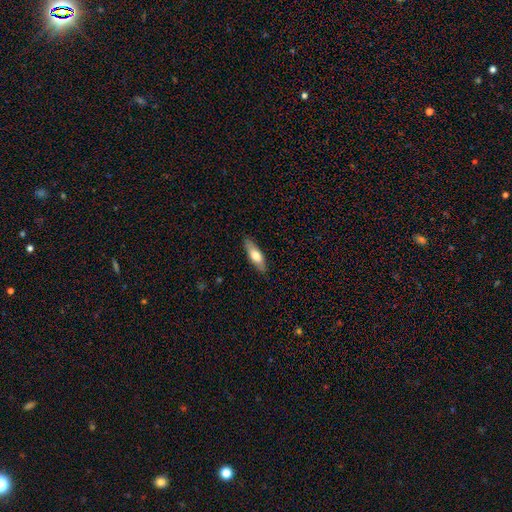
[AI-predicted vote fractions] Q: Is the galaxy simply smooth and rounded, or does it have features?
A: smooth — 65%.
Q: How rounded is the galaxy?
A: in between — 50%.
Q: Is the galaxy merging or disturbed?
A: none — 86%.